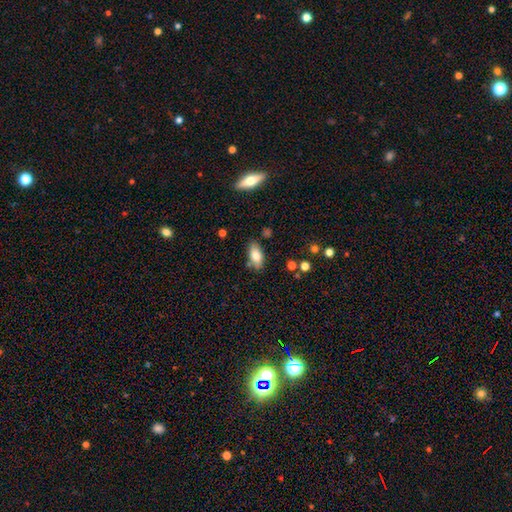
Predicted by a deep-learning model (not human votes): A smooth galaxy with no disk features (80%) that is in between round and cigar-shaped (90%). Merging: none (77%).